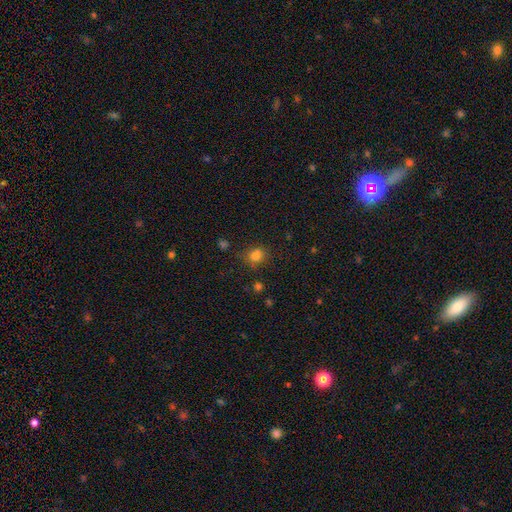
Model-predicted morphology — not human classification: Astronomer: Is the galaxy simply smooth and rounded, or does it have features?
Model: smooth — 78%.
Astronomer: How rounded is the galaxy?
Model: round — 67%.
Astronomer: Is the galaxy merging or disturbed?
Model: none — 69%.